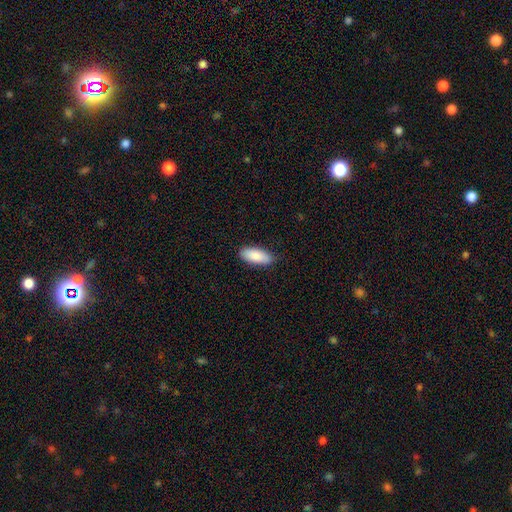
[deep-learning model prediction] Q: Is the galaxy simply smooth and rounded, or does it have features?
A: smooth — 88%.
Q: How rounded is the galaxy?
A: in between — 82%.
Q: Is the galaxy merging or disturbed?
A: none — 85%.